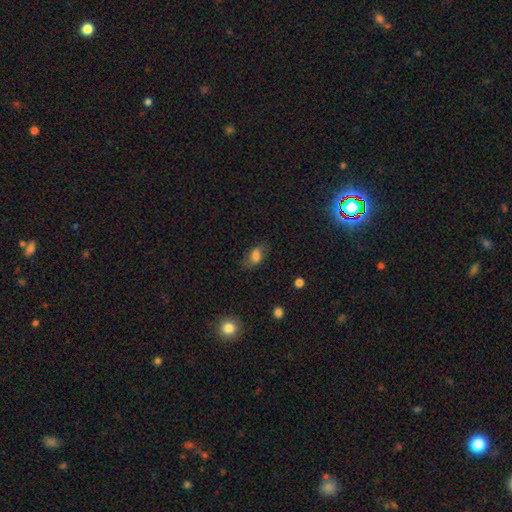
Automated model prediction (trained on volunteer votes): Smooth or featured? smooth (72%)
How rounded? in between (86%)
Merging? none (67%)